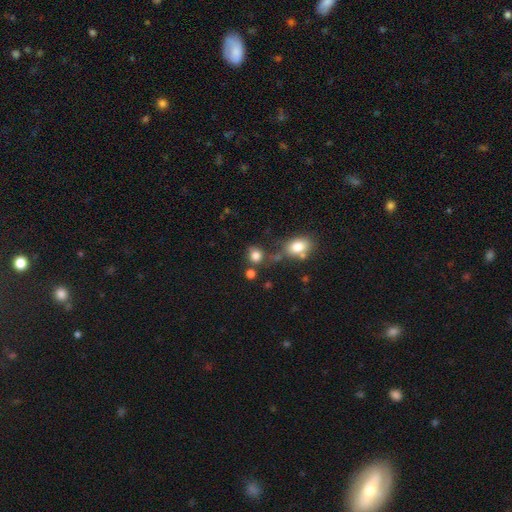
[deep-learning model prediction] Smooth or featured? smooth (80%)
How rounded? round (77%)
Merging? none (63%)